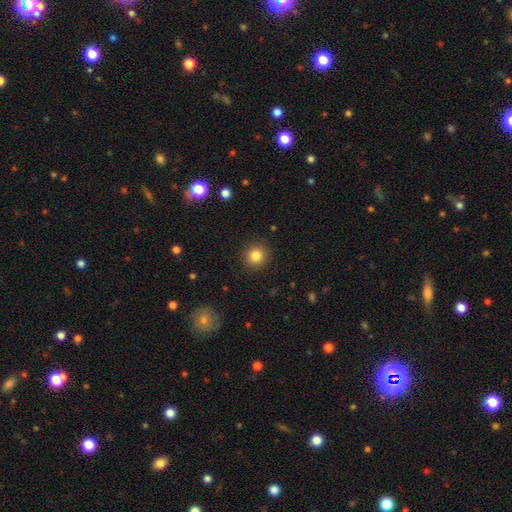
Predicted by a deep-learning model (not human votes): A smooth galaxy with no disk features (84%) that is round (93%). Merging: none (91%).